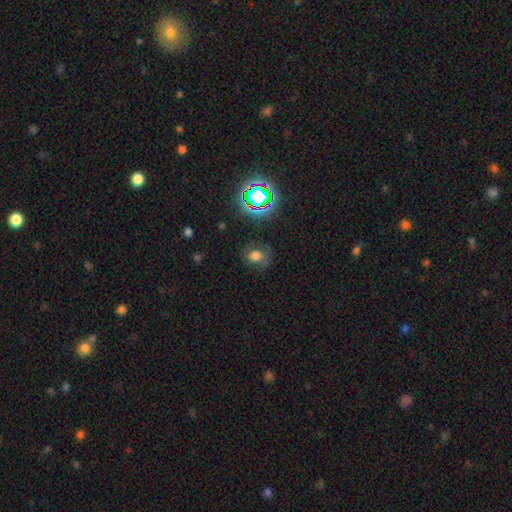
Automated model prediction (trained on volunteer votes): Smooth or featured?
  - smooth: 60% *
  - star or artifact: 23%
  - featured or disk: 17%
How rounded?
  - round: 63% *
  - in between: 36%
  - cigar-shaped: 1%
Merging?
  - none: 69% *
  - minor disturbance: 19%
  - major disturbance: 10%
  - merger: 2%